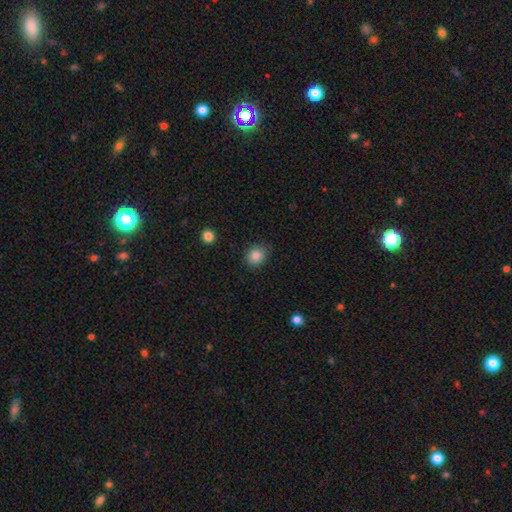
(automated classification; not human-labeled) Smooth or featured?
  - smooth: 86% *
  - star or artifact: 10%
  - featured or disk: 4%
How rounded?
  - round: 67% *
  - in between: 32%
  - cigar-shaped: 1%
Merging?
  - none: 82% *
  - minor disturbance: 13%
  - major disturbance: 3%
  - merger: 1%